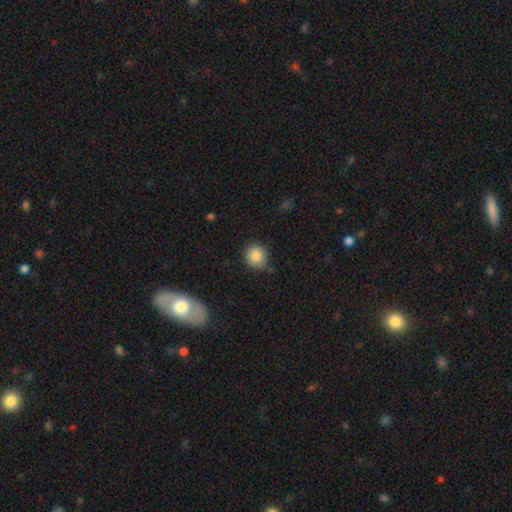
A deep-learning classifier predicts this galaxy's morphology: Smooth or featured?
  - smooth: 86% *
  - star or artifact: 9%
  - featured or disk: 5%
How rounded?
  - round: 82% *
  - in between: 17%
  - cigar-shaped: 1%
Merging?
  - none: 70% *
  - minor disturbance: 23%
  - major disturbance: 4%
  - merger: 3%